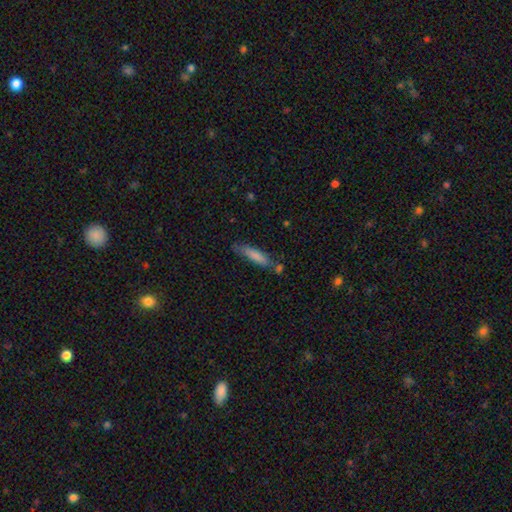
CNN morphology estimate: smooth-or-featured: smooth: 78% | featured or disk: 16% | star or artifact: 6%
  how-rounded: cigar-shaped: 79% | in between: 20% | round: 1%
  merging: none: 62% | minor disturbance: 23% | merger: 9% | major disturbance: 6%